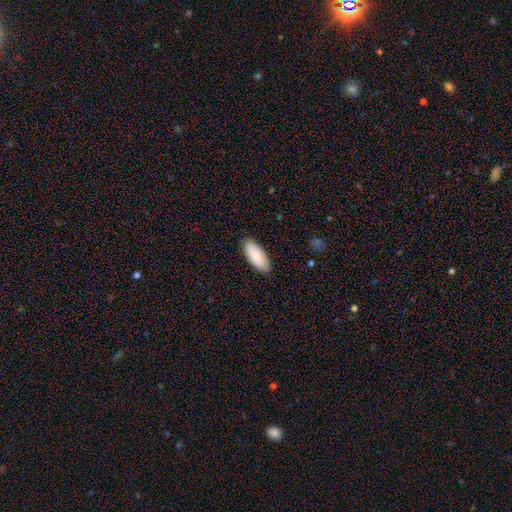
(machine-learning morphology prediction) smooth_or_featured: smooth (p=0.88) [alt: featured or disk p=0.07]
how_rounded: in between (p=0.84) [alt: cigar-shaped p=0.14]
merging: none (p=0.86) [alt: minor disturbance p=0.11]